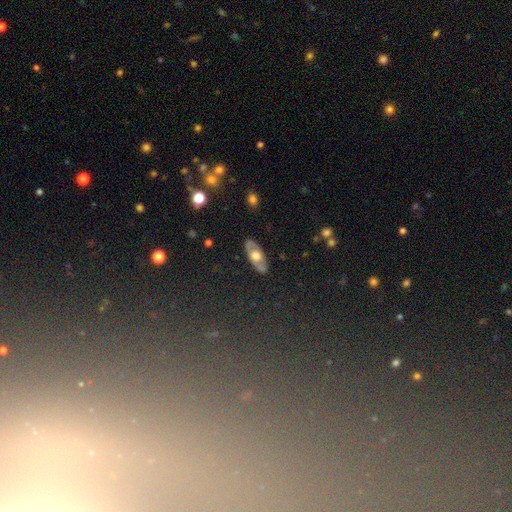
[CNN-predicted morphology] type=featured or disk (48%); merging=none (86%).